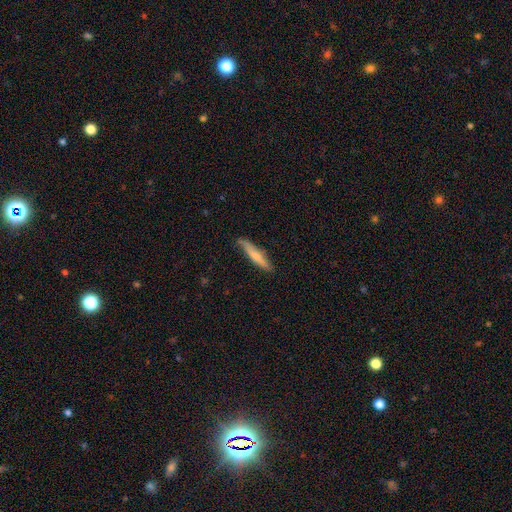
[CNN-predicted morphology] Smooth or featured: smooth — 66% (featured or disk — 29%)
How rounded: cigar-shaped — 89% (in between — 9%)
Merging: none — 75% (minor disturbance — 20%)